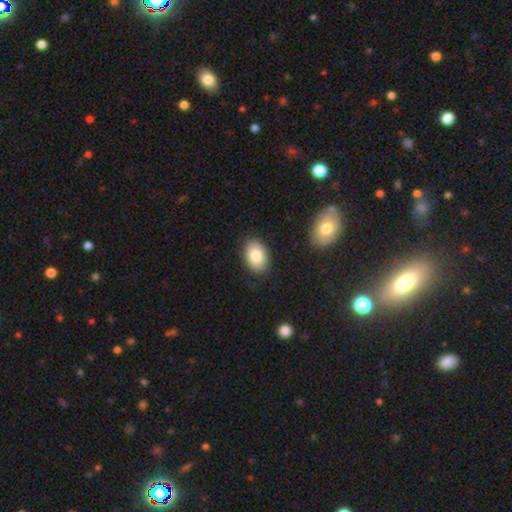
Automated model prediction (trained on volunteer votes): Smooth or featured?
  - smooth: 82% *
  - featured or disk: 11%
  - star or artifact: 7%
How rounded?
  - in between: 88% *
  - round: 11%
  - cigar-shaped: 1%
Merging?
  - none: 87% *
  - minor disturbance: 10%
  - major disturbance: 2%
  - merger: 2%